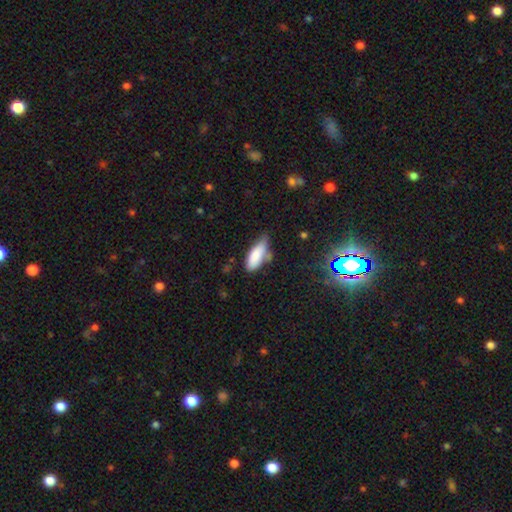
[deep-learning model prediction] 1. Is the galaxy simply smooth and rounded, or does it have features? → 83% smooth, 10% featured or disk, 7% star or artifact.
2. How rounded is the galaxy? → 77% in between, 21% cigar-shaped, 2% round.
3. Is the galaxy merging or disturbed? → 44% none, 39% minor disturbance, 9% major disturbance, 8% merger.